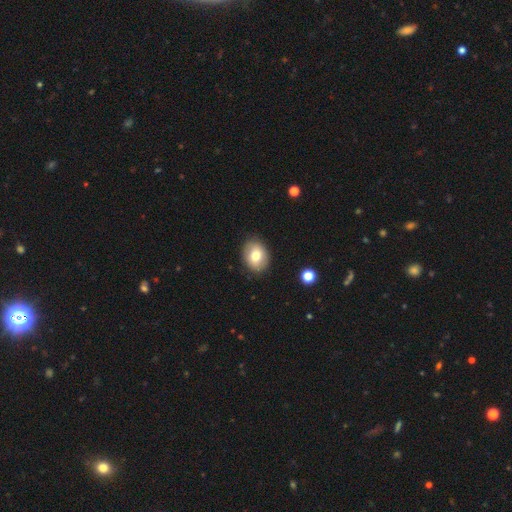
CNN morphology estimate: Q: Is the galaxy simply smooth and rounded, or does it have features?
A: smooth — 75%.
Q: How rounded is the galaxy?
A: in between — 62%.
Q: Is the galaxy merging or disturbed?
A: none — 88%.